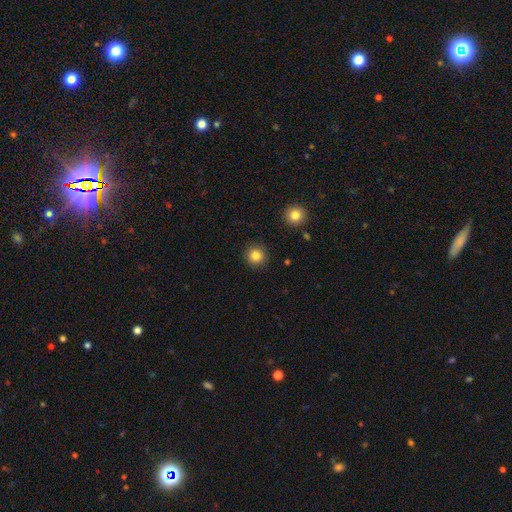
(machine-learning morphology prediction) This appears to be a smooth galaxy with no disk features (83%) that is round (94%). Merging: none (91%).